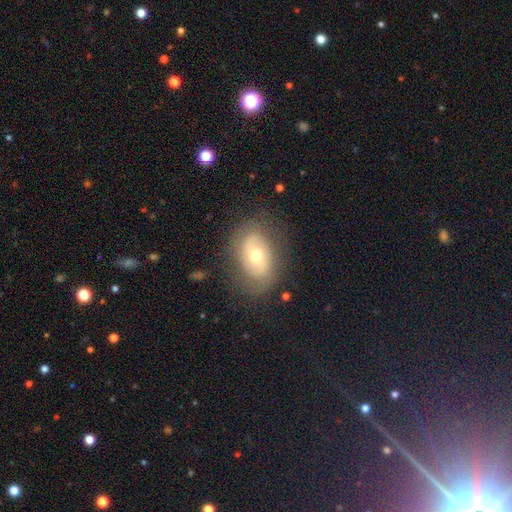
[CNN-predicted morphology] This appears to be a featured or disk galaxy (56%) with no bar (61%), spiral arms (58%) and a moderate central bulge (63%). Merging: none (76%).